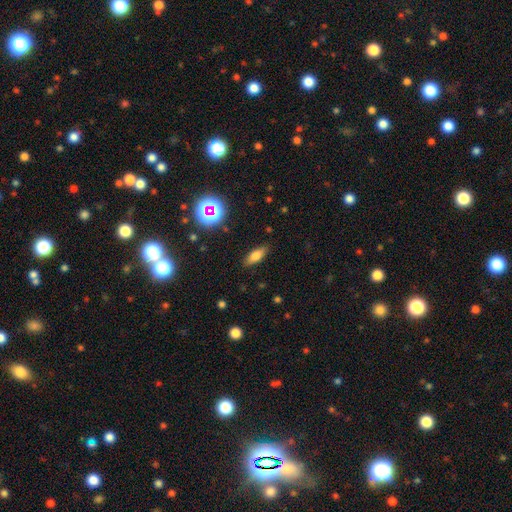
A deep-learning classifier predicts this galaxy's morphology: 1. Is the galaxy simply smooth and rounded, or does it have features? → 69% smooth, 19% featured or disk, 12% star or artifact.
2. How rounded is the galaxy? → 68% in between, 27% cigar-shaped, 5% round.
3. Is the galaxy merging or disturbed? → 87% none, 9% minor disturbance, 3% major disturbance, 1% merger.